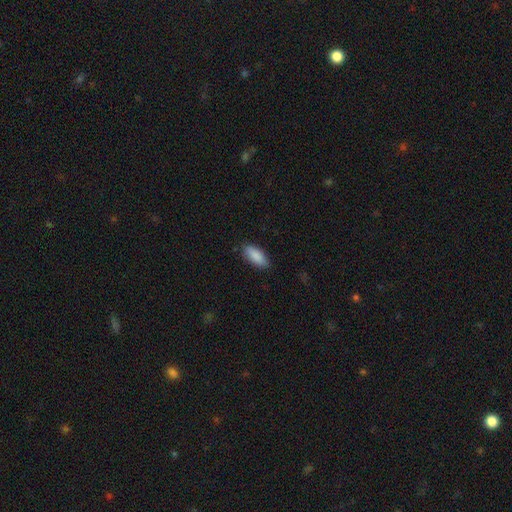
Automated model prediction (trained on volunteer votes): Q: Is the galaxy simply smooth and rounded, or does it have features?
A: smooth — 89%.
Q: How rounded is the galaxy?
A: in between — 84%.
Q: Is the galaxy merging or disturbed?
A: none — 85%.